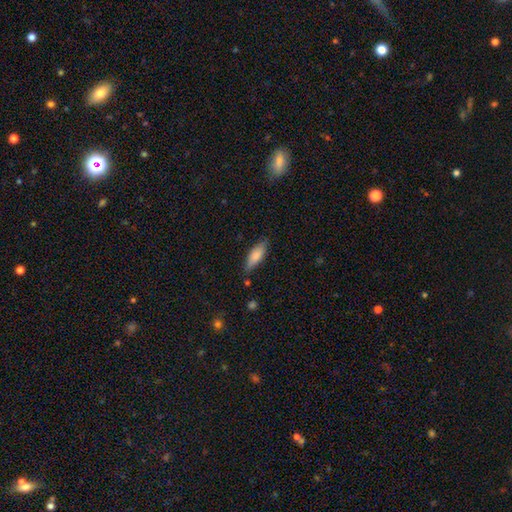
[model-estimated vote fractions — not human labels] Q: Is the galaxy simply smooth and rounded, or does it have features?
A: smooth — 82%.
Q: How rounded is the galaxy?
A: in between — 62%.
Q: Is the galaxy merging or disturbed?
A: none — 76%.